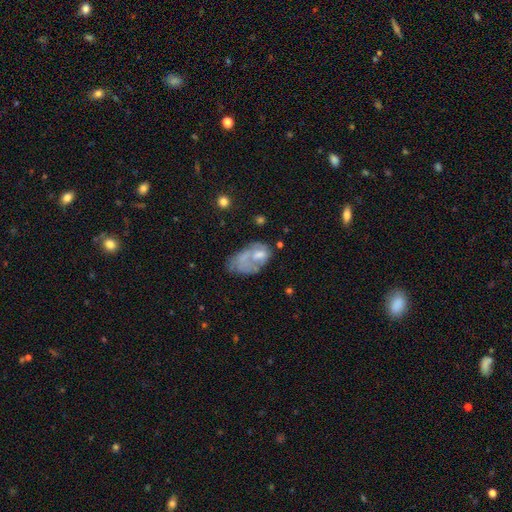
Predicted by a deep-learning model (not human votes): This is marginally a featured or disk galaxy (45%, tied with smooth). Merging: marginally major disturbance (35%).